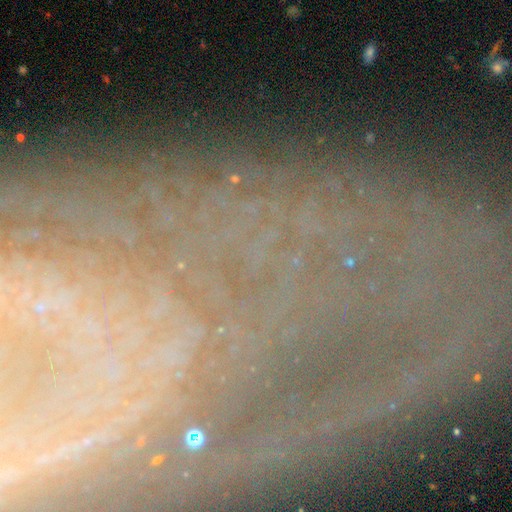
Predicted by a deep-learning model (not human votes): This appears to be a star or artifact, not a galaxy (58%).